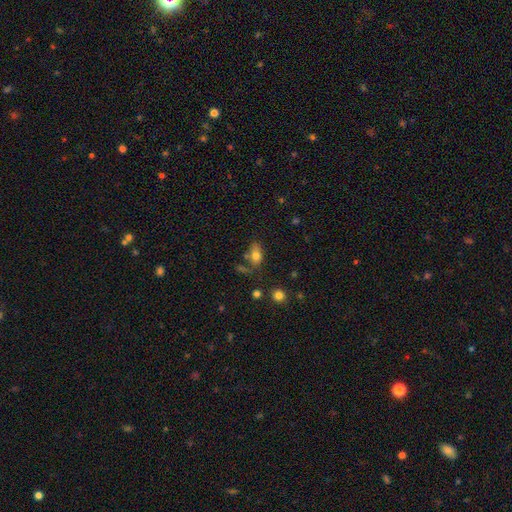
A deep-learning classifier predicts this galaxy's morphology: Q: Smooth or featured?
A: smooth (77%); runner-up: featured or disk (12%)
Q: How rounded?
A: in between (84%); runner-up: round (12%)
Q: Merging?
A: none (53%); runner-up: minor disturbance (21%)